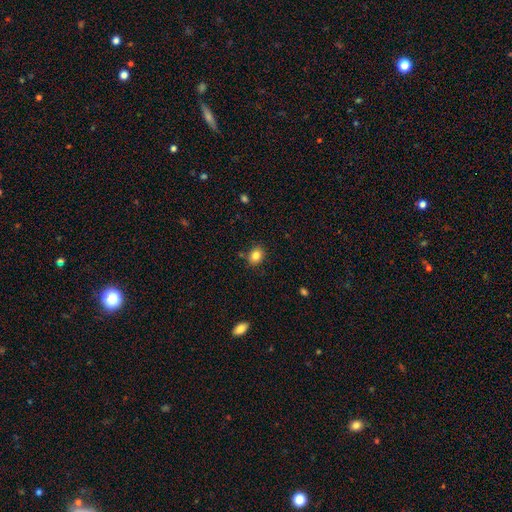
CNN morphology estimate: type=smooth (83%); roundness=round (60%); merging=none (84%).